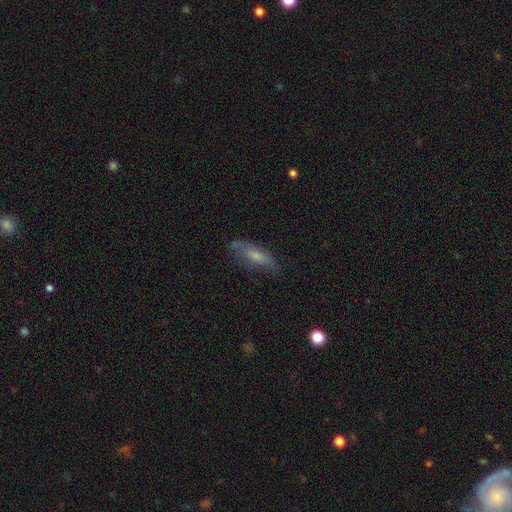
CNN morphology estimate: Q: Smooth or featured?
A: smooth (58%); runner-up: featured or disk (33%)
Q: How rounded?
A: in between (51%); runner-up: cigar-shaped (47%)
Q: Merging?
A: none (61%); runner-up: minor disturbance (26%)